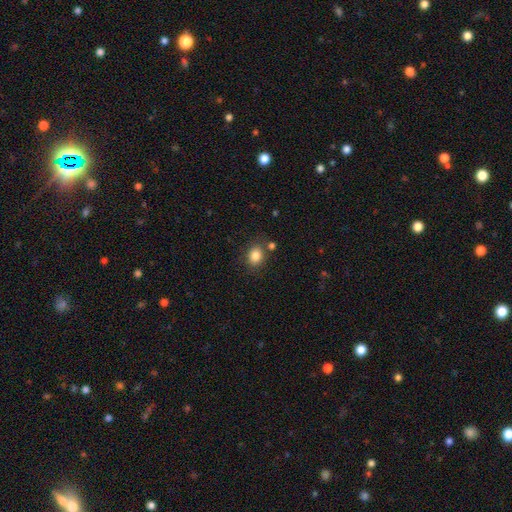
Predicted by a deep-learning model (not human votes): smooth 84%, star or artifact 10%, featured or disk 6%. Down the decision tree: how rounded — round (51%); merging — none (76%).